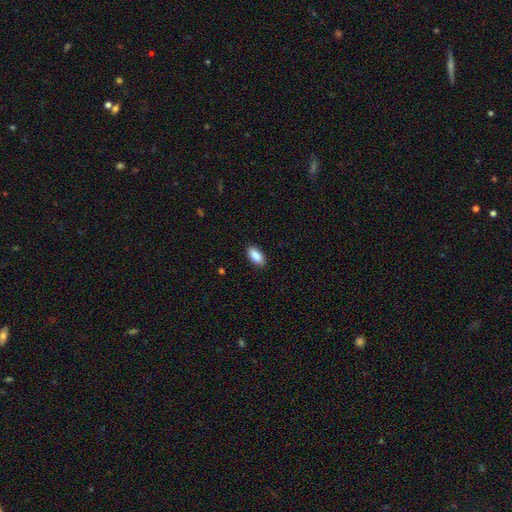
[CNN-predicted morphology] A smooth galaxy with no disk features (90%) that is in between round and cigar-shaped (92%).

Vote fractions:
- Smooth or featured? smooth: 90% / star or artifact: 6% / featured or disk: 4%
- How rounded? in between: 92% / cigar-shaped: 6% / round: 2%
- Merging? none: 88% / minor disturbance: 9% / major disturbance: 2% / merger: 1%